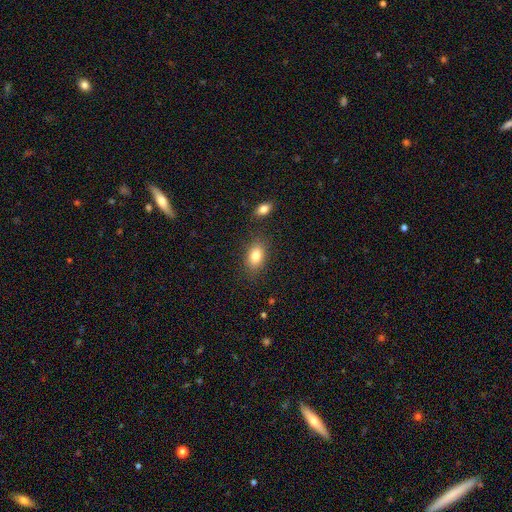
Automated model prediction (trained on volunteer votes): smooth-or-featured: smooth: 83% | featured or disk: 8% | star or artifact: 8%
  how-rounded: in between: 87% | round: 11% | cigar-shaped: 2%
  merging: none: 81% | minor disturbance: 12% | merger: 4% | major disturbance: 3%